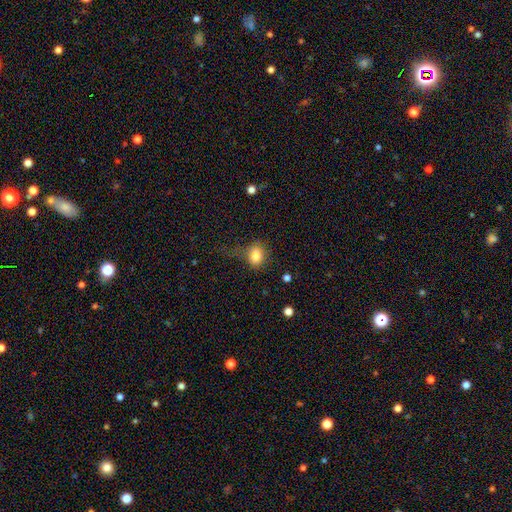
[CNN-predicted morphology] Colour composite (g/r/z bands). It shows a smooth galaxy with no disk features (81%) that is in between round and cigar-shaped (56%). Merging: none (50%).